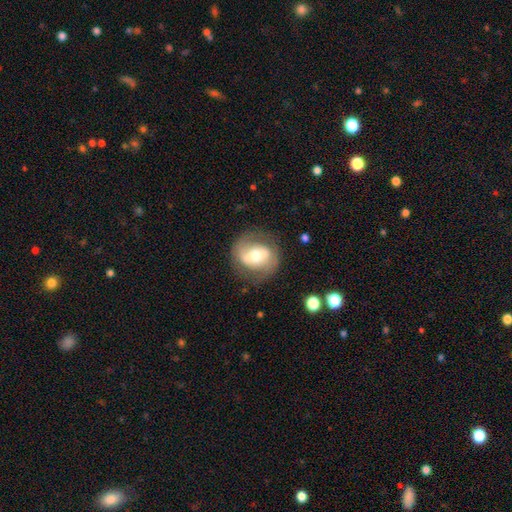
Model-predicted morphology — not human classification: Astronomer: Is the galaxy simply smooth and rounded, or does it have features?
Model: featured or disk — 61%.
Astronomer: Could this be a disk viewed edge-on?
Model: no — 94%.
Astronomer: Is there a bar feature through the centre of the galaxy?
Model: strong — 40% (runner-up: weak, 35%).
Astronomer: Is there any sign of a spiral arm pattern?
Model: yes — 59% (runner-up: no, 41%).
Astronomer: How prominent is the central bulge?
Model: moderate — 65%.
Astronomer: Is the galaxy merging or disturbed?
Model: none — 71%.